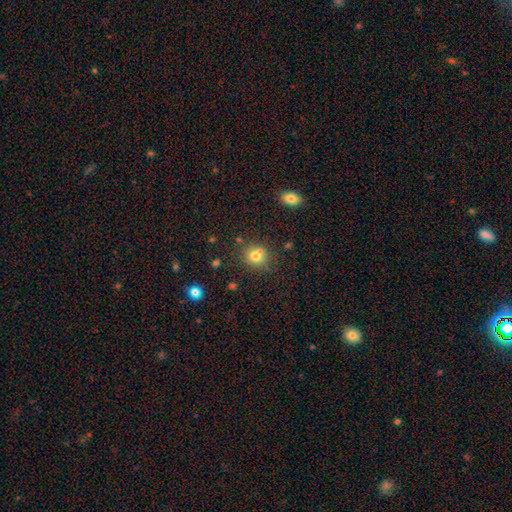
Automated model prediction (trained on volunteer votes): This appears to be a smooth galaxy with no disk features (72%) that is round (83%). Merging: none (62%).